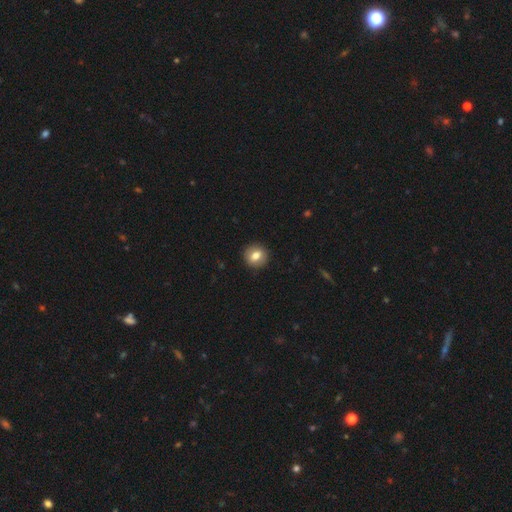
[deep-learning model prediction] Morphology: type=smooth (76%); roundness=round (82%); merging=none (91%).